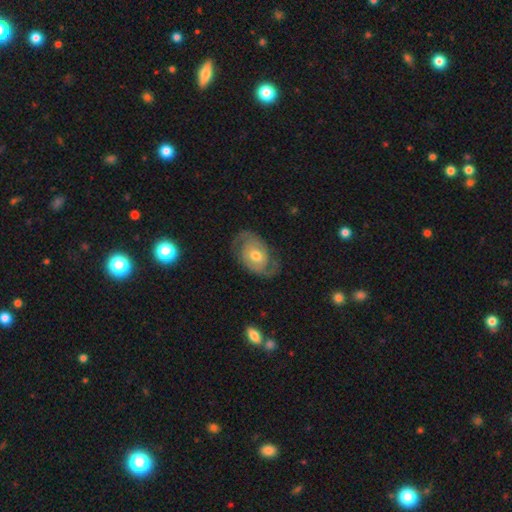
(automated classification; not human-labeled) This appears to be a featured or disk galaxy (80%) with no bar (64%), 2 (87%) medium (43%) spiral arms (89%) and a moderate central bulge (74%). Merging: none (74%).